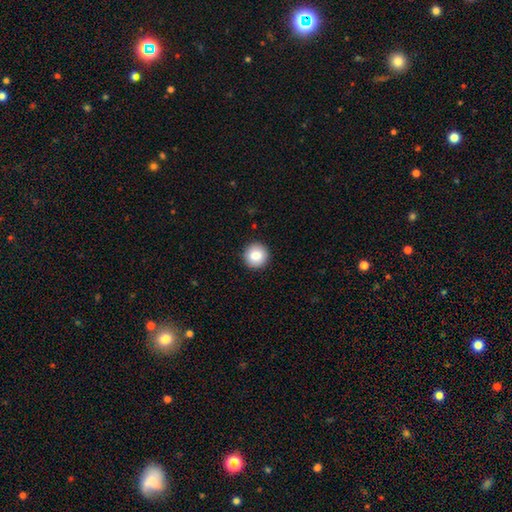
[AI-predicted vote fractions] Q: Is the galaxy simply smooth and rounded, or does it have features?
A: smooth — 86%.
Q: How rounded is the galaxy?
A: round — 95%.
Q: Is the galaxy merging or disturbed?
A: none — 92%.